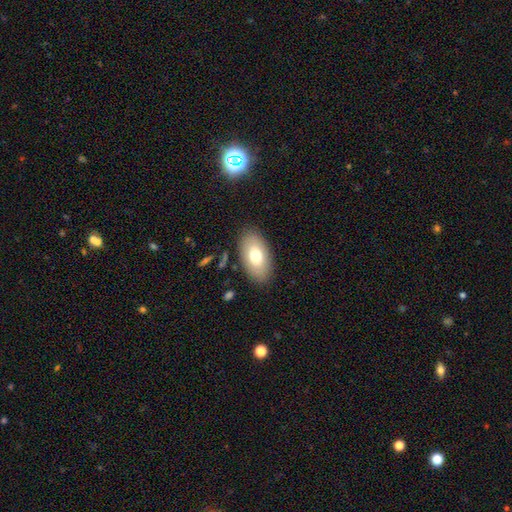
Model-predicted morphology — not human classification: Smooth or featured? smooth (71%)
How rounded? in between (94%)
Merging? none (86%)